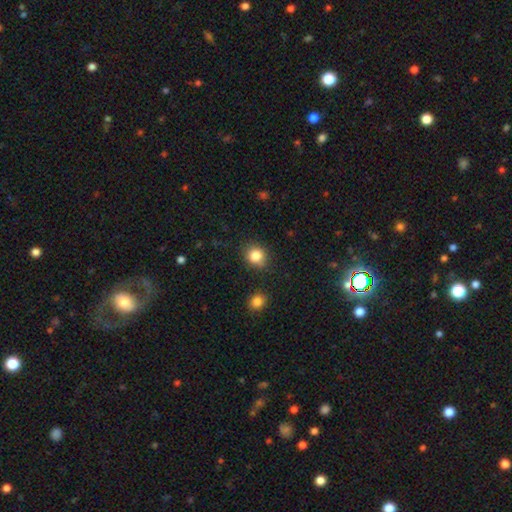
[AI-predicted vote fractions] A smooth galaxy with no disk features (84%) that is round (79%). Merging: none (82%).